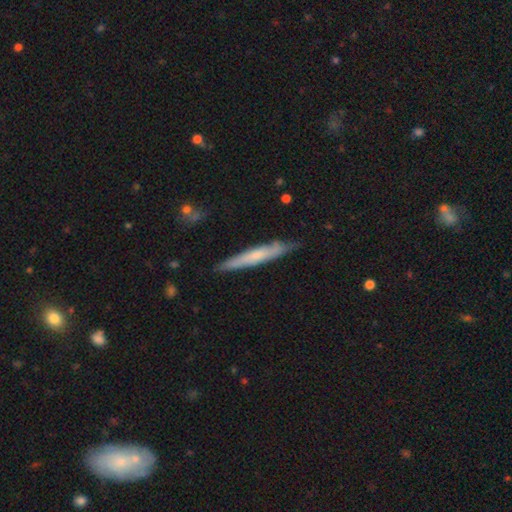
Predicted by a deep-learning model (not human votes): A smooth galaxy with no disk features (51%) that is cigar-shaped (94%).

Vote fractions:
- Smooth or featured? smooth: 51% / featured or disk: 43% / star or artifact: 6%
- How rounded? cigar-shaped: 94% / in between: 4% / round: 1%
- Merging? none: 82% / minor disturbance: 15% / major disturbance: 2% / merger: 1%